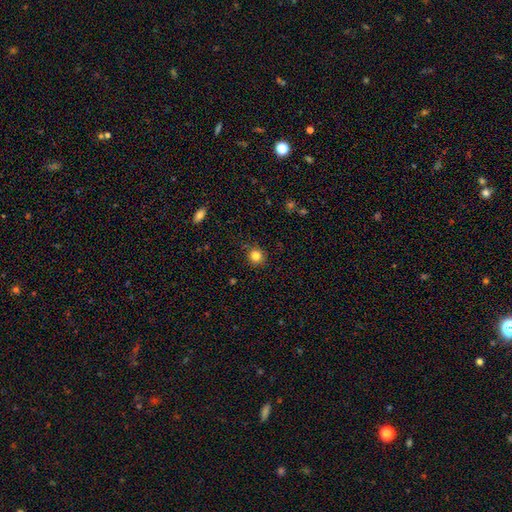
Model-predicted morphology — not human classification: The model was most divided on "smooth or featured": smooth: 83%, star or artifact: 12%, featured or disk: 5%. More confident: how rounded — round (89%); merging — none (88%).